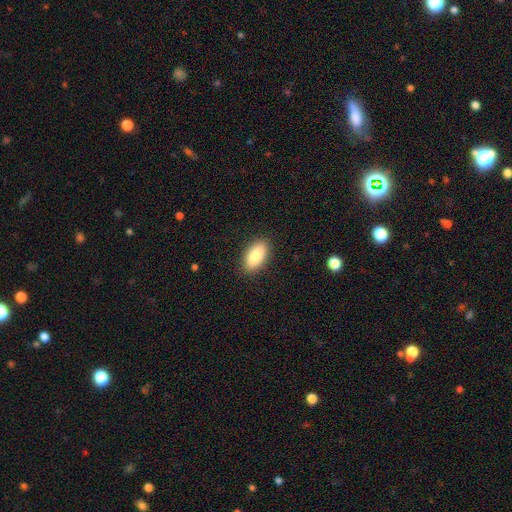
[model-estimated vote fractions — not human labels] Smooth or featured? Predicted: smooth (p=0.85). How rounded? Predicted: in between (p=0.92). Merging? Predicted: none (p=0.89).